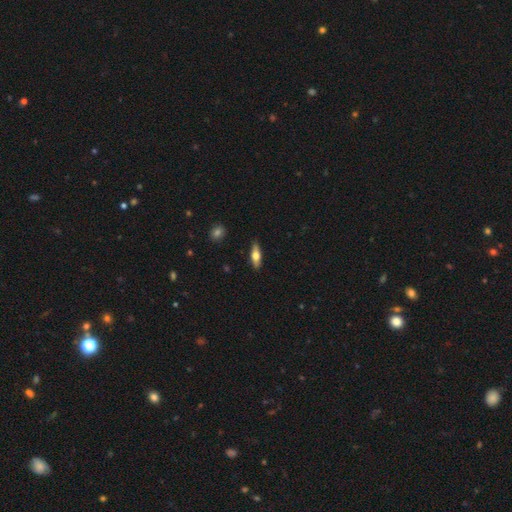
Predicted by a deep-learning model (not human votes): Smooth or featured? Predicted: smooth (p=0.54). How rounded? Predicted: in between (p=0.53). Merging? Predicted: none (p=0.87).